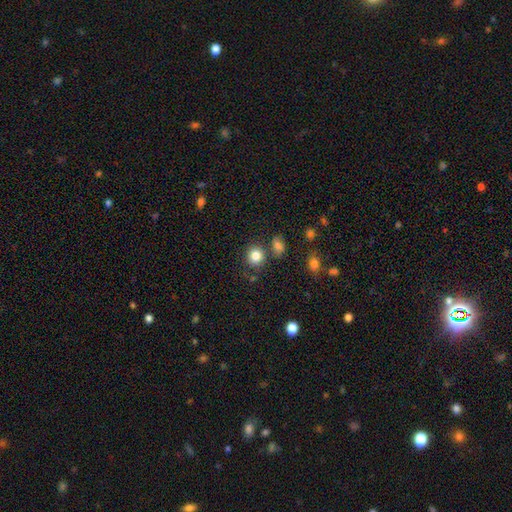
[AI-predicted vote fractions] smooth_or_featured: smooth (p=0.84) [alt: star or artifact p=0.10]
how_rounded: round (p=0.85) [alt: in between p=0.14]
merging: none (p=0.78) [alt: minor disturbance p=0.10]